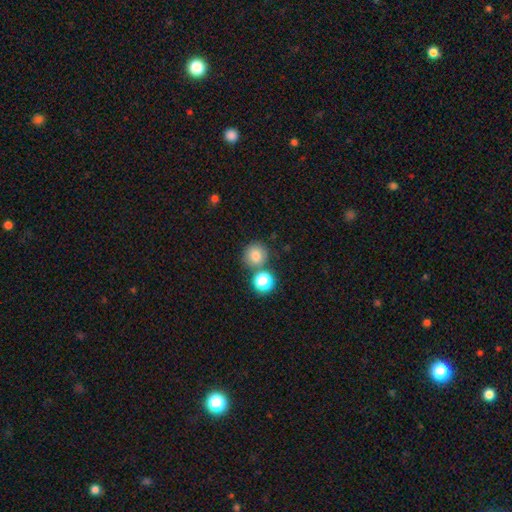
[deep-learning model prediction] Overall: smooth (79%). How rounded: round (91%). Merging: none (71%).